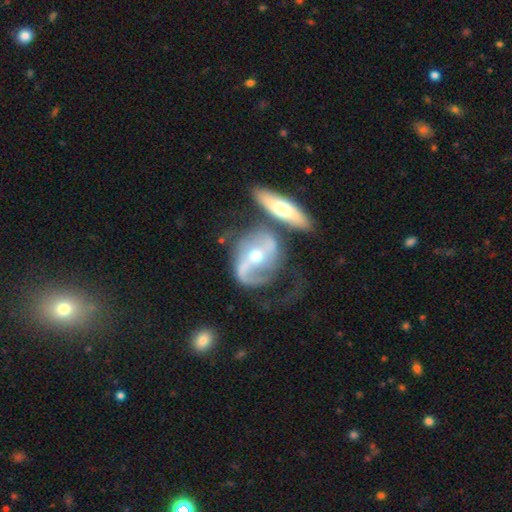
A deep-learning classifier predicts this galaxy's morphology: Smooth or featured: featured or disk — 79% (smooth — 15%)
Edge-on disk: no — 93% (yes — 7%)
Bar: no — 38% (weak — 32%)
Spiral arms: yes — 86% (no — 14%)
Spiral winding: loose — 50% (medium — 35%)
Spiral arm count: 2 — 65% (1 — 23%)
Bulge size: moderate — 58% (small — 37%)
Merging: none — 35% (merger — 29%)